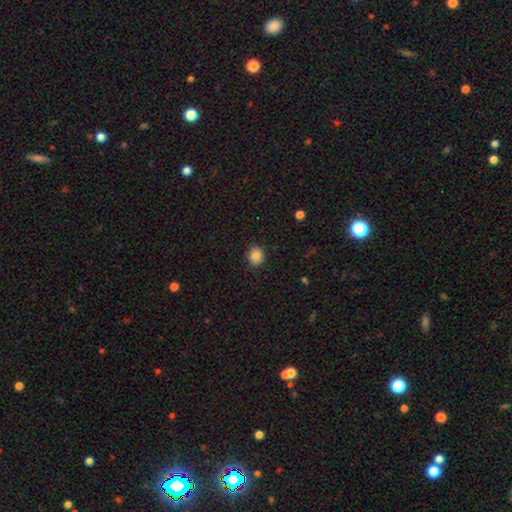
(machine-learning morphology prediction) A smooth galaxy with no disk features (86%) that is round (75%).

Vote fractions:
- Smooth or featured? smooth: 86% / star or artifact: 10% / featured or disk: 4%
- How rounded? round: 75% / in between: 24% / cigar-shaped: 1%
- Merging? none: 89% / minor disturbance: 8% / major disturbance: 2% / merger: 1%